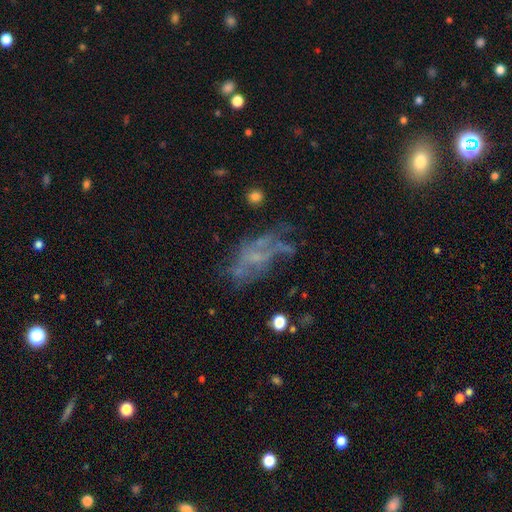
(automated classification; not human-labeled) The model was most divided on "merging": none: 40%, major disturbance: 33%, minor disturbance: 20%, merger: 7%. More confident: edge-on disk — no (94%); bar — no (79%); spiral arms — no (65%); smooth or featured — featured or disk (56%); bulge size — none (55%).